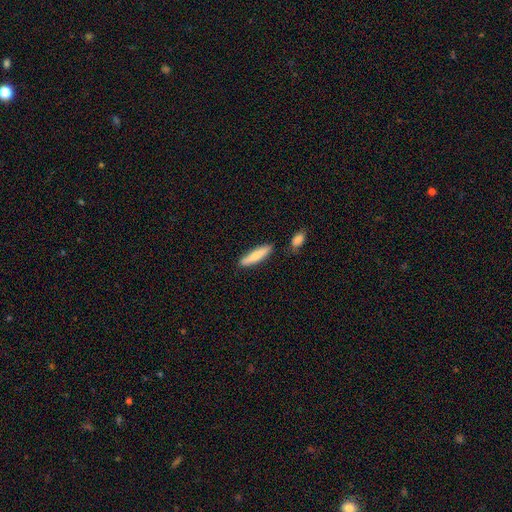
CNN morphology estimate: The model was most divided on "smooth or featured": smooth: 77%, featured or disk: 18%, star or artifact: 6%. More confident: how rounded — cigar-shaped (80%); merging — none (79%).